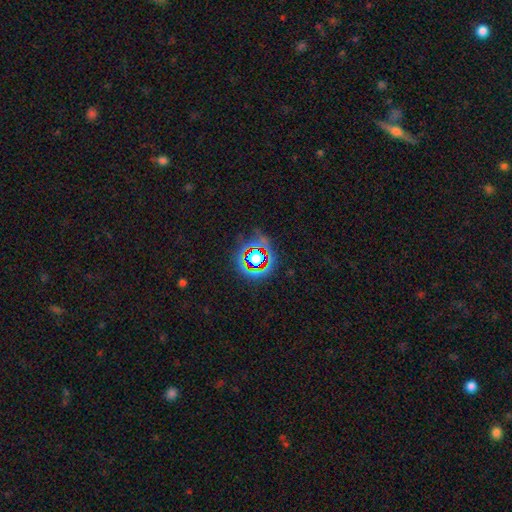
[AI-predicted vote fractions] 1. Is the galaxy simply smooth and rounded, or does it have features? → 76% star or artifact, 13% smooth, 11% featured or disk.